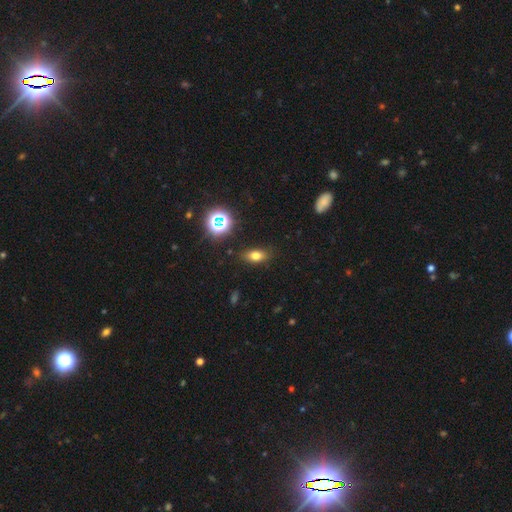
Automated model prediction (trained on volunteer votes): The model was most divided on "smooth or featured": smooth: 71%, star or artifact: 19%, featured or disk: 11%. More confident: merging — none (84%); how rounded — in between (78%).